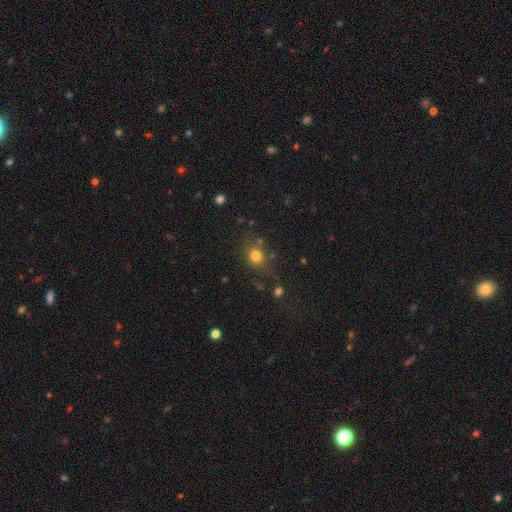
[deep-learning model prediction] Smooth or featured?
  - smooth: 76% *
  - star or artifact: 16%
  - featured or disk: 8%
How rounded?
  - round: 64% *
  - in between: 35%
  - cigar-shaped: 1%
Merging?
  - none: 73% *
  - minor disturbance: 14%
  - merger: 6%
  - major disturbance: 6%